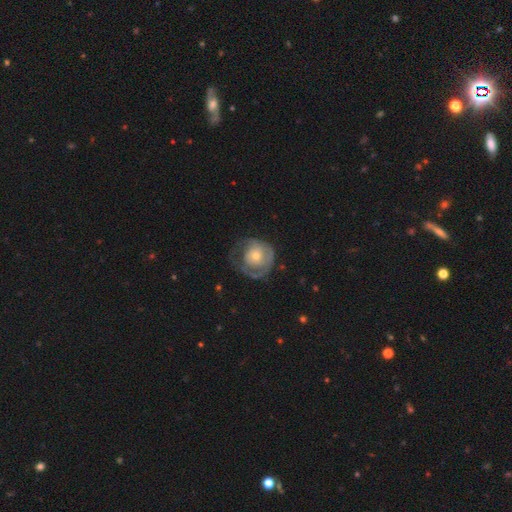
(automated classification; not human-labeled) This appears to be a featured or disk galaxy (62%) with no bar (82%), spiral arms (65%) and a small central bulge (50%). Merging: none (50%).